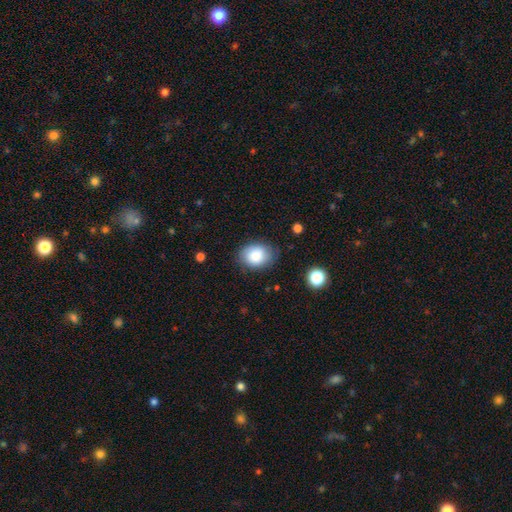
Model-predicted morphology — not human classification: Smooth or featured? smooth (84%)
How rounded? in between (64%)
Merging? none (77%)